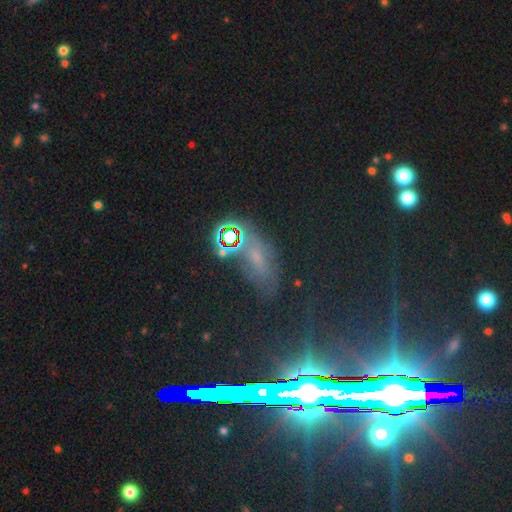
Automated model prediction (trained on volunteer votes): Smooth or featured? Predicted: star or artifact (p=0.50).